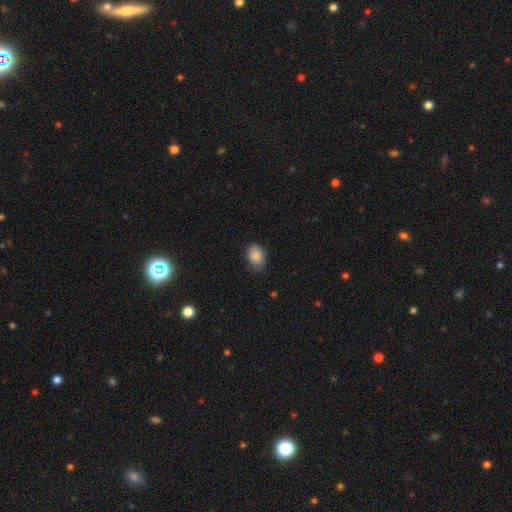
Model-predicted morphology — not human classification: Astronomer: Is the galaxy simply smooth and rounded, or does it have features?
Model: smooth — 88%.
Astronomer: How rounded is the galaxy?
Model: in between — 71%.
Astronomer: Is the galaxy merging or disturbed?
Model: none — 73%.